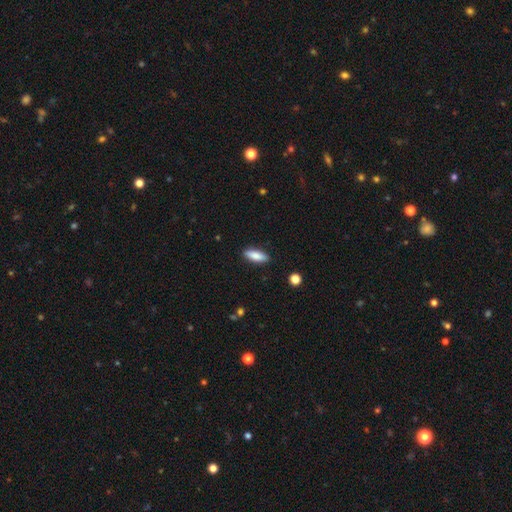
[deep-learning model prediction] Smooth or featured? smooth (81%)
How rounded? in between (57%)
Merging? none (88%)